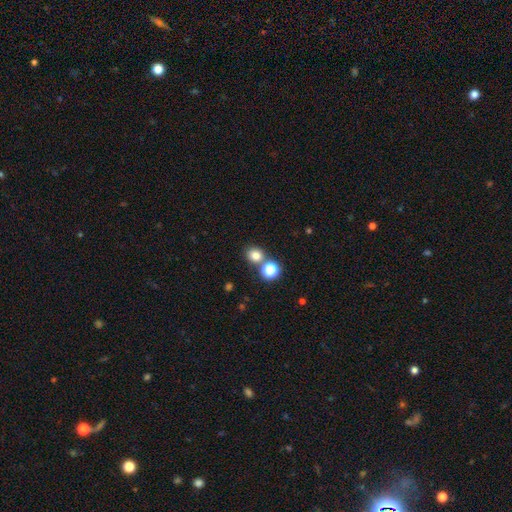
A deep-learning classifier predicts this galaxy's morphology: A smooth galaxy with no disk features (77%) that is round (79%). Merging: none (69%).